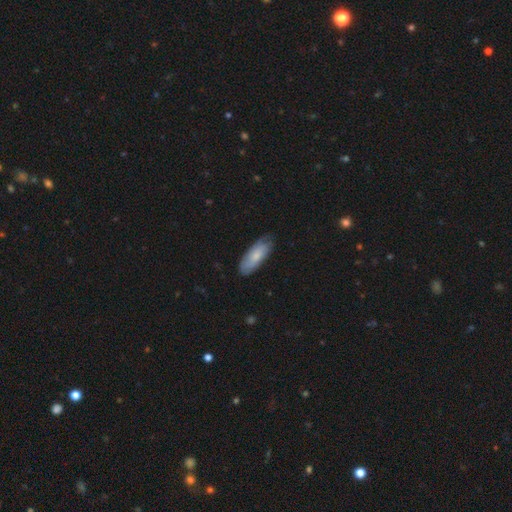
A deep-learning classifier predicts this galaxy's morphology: type=smooth (63%); roundness=in between (75%); merging=none (73%).